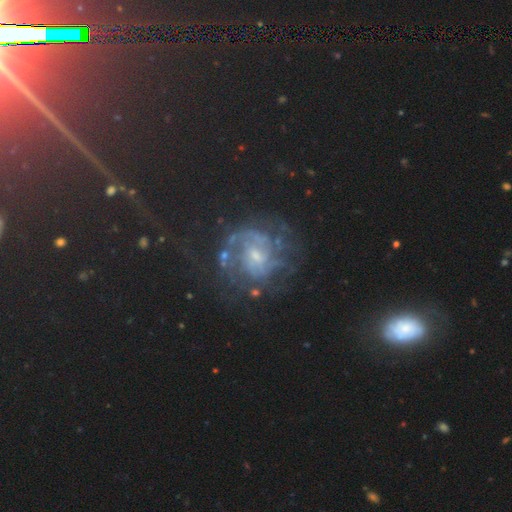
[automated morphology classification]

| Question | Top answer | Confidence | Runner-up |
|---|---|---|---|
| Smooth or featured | featured or disk | 70% | star or artifact (19%) |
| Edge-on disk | no | 98% | yes (2%) |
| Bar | no | 54% | weak (38%) |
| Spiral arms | yes | 85% | no (15%) |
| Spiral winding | tight | 44% | medium (40%) |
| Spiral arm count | can't tell | 41% | 2 (25%) |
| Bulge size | small | 57% | moderate (33%) |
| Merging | none | 63% | major disturbance (17%) |